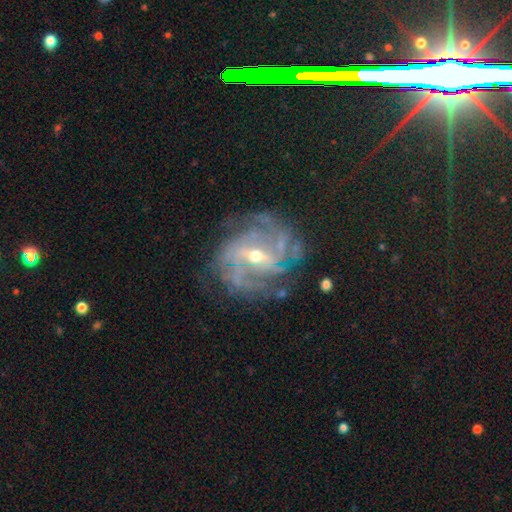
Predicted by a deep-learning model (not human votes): A featured or disk galaxy (87%) with a weak bar (43%), can't tell (26%, tied with 2) tight (51%) spiral arms (96%) and a small central bulge (51%). Merging: none (71%).